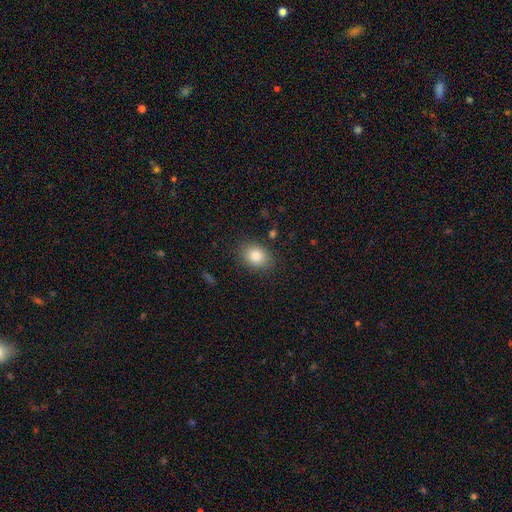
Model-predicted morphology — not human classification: Smooth or featured: smooth — 83% (star or artifact — 9%)
How rounded: in between — 62% (round — 37%)
Merging: none — 85% (minor disturbance — 11%)